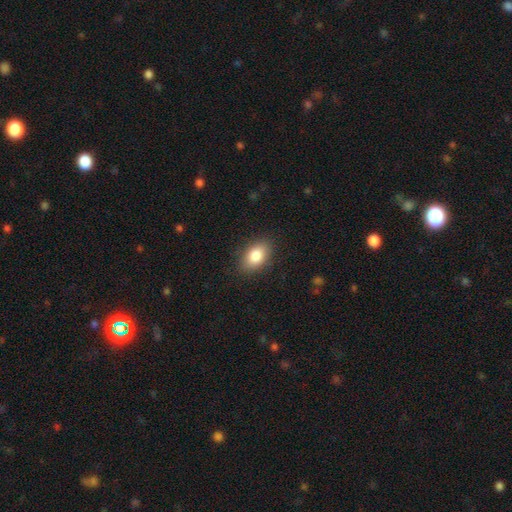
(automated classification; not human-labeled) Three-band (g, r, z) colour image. It shows a smooth galaxy with no disk features (85%) that is in between round and cigar-shaped (88%). Merging: none (86%).